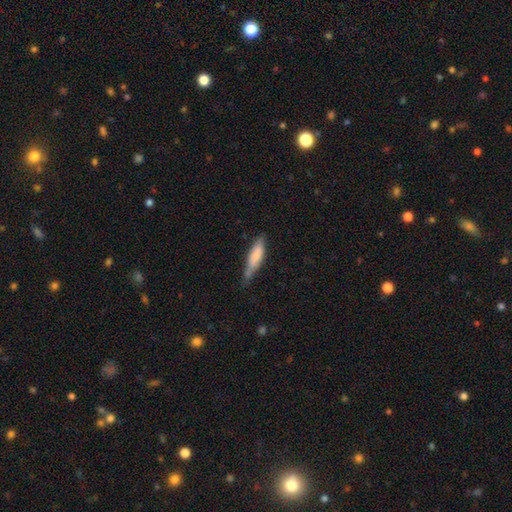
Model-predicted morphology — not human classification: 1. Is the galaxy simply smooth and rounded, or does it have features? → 72% smooth, 22% featured or disk, 6% star or artifact.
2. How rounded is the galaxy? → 66% cigar-shaped, 33% in between, 2% round.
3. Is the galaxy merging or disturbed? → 53% none, 36% minor disturbance, 8% major disturbance, 4% merger.